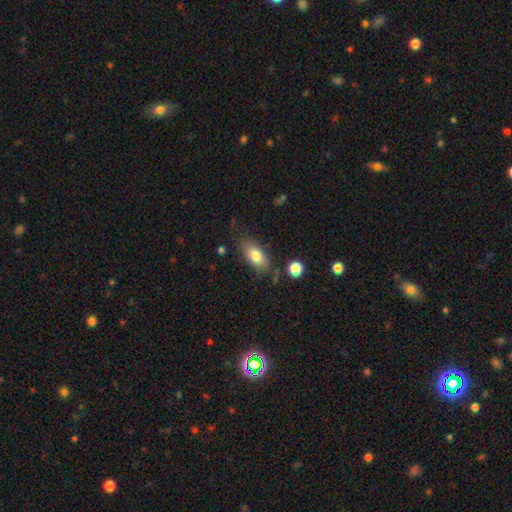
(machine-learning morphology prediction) Smooth or featured? smooth (79%)
How rounded? in between (88%)
Merging? none (76%)